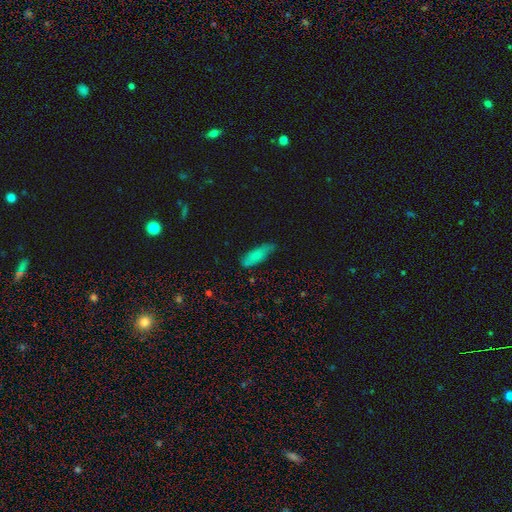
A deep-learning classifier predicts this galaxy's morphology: This appears to be a smooth galaxy with no disk features (72%) that is cigar-shaped (54%). Merging: none (70%).